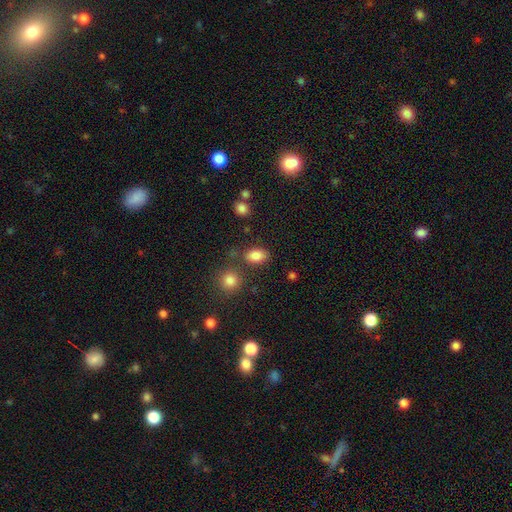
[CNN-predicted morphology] Smooth or featured: smooth — 85% (star or artifact — 10%)
How rounded: in between — 86% (round — 12%)
Merging: none — 75% (minor disturbance — 13%)